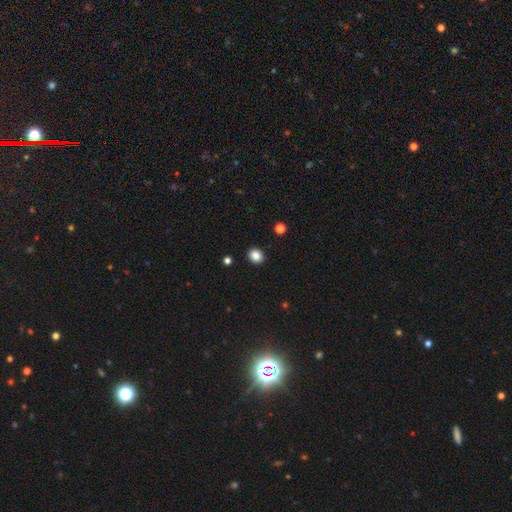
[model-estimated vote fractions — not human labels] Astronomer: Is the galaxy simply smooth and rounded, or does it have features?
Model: smooth — 86%.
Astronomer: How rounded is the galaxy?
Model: round — 74%.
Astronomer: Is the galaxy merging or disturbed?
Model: none — 91%.